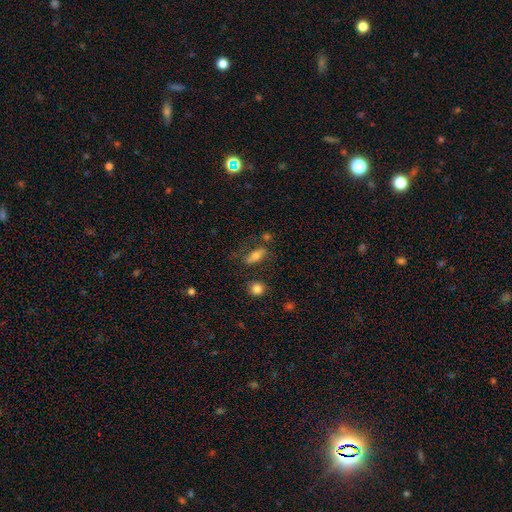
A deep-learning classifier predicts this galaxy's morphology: Overall: smooth (70%). How rounded: in between (69%). Merging: none (62%).